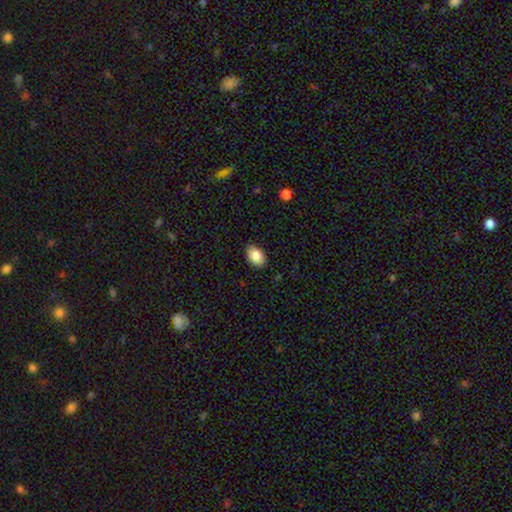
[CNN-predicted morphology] type=smooth (86%); roundness=in between (83%); merging=none (85%).